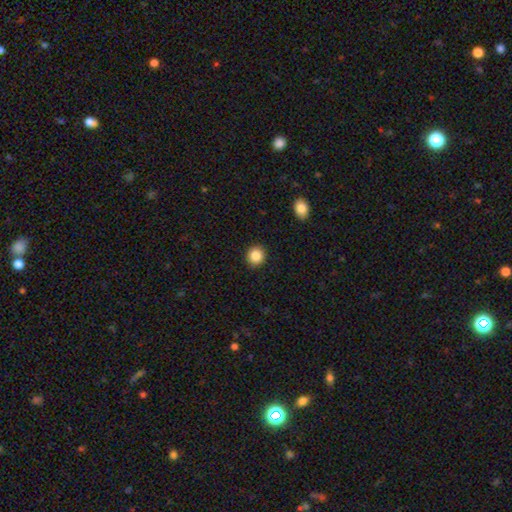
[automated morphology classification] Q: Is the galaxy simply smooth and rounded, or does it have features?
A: smooth — 86%.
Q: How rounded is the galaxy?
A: round — 89%.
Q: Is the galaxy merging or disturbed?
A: none — 92%.